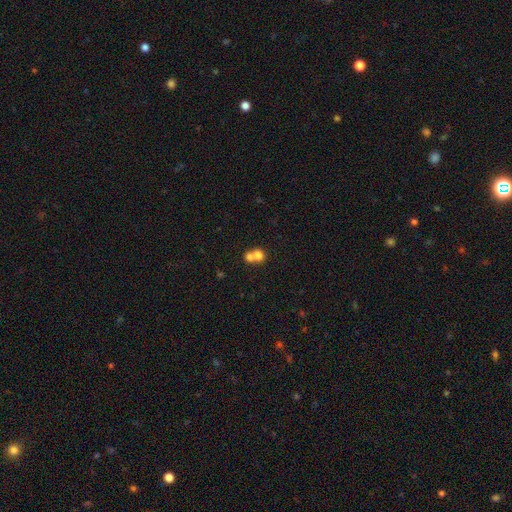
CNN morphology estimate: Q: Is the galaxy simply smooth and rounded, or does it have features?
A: smooth — 73%.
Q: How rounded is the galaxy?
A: round — 65%.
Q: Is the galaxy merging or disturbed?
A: merger — 70%.